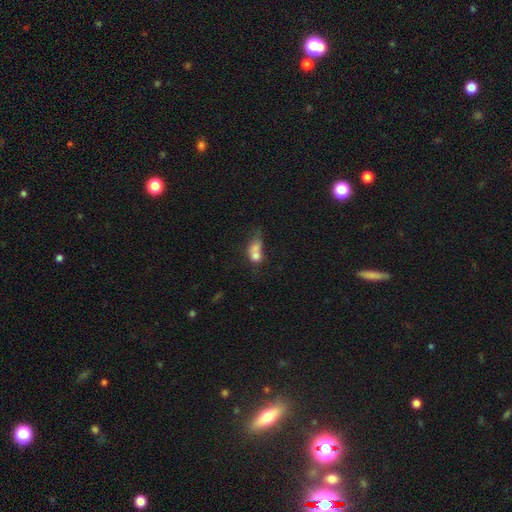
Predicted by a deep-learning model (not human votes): A smooth galaxy with no disk features (66%) that is in between round and cigar-shaped (55%).

Vote fractions:
- Smooth or featured? smooth: 66% / featured or disk: 22% / star or artifact: 12%
- How rounded? in between: 55% / round: 41% / cigar-shaped: 4%
- Merging? merger: 53% / none: 18% / major disturbance: 16% / minor disturbance: 13%